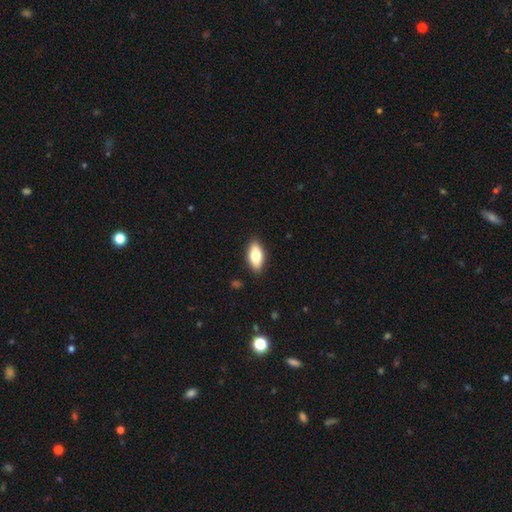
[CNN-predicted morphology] Q: Smooth or featured?
A: smooth (75%); runner-up: featured or disk (18%)
Q: How rounded?
A: in between (86%); runner-up: cigar-shaped (11%)
Q: Merging?
A: none (88%); runner-up: minor disturbance (9%)